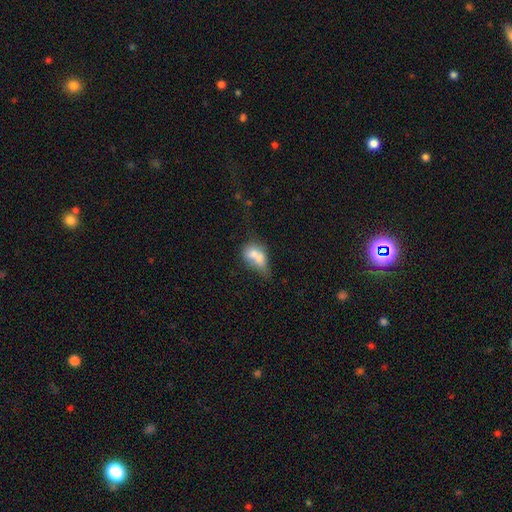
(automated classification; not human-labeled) smooth 65%, featured or disk 25%, star or artifact 9%. Down the decision tree: how rounded — in between (65%); merging — merger (59%).